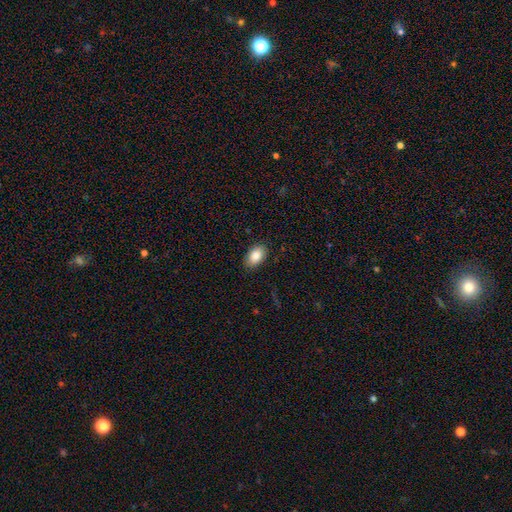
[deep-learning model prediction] smooth 85%, featured or disk 8%, star or artifact 7%. Down the decision tree: how rounded — in between (90%); merging — none (87%).